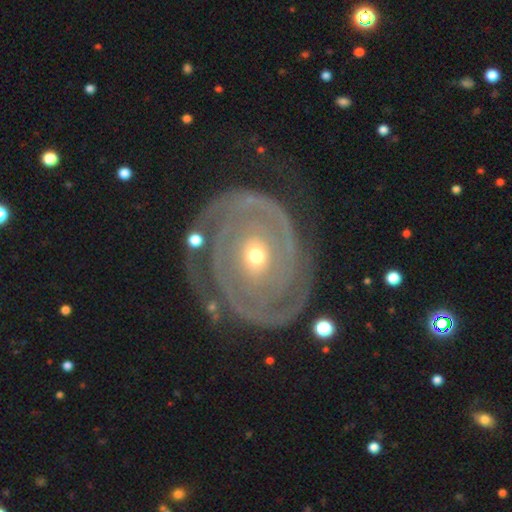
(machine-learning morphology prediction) smooth-or-featured: featured or disk: 86% | smooth: 9% | star or artifact: 5%
  disk-edge-on: no: 97% | yes: 3%
    bar: no: 82% | weak: 12% | strong: 6%
    has-spiral-arms: yes: 82% | no: 18%
      spiral-winding: tight: 69% | medium: 22% | loose: 10%
      spiral-arm-count: 2: 54% | can't tell: 19% | 3: 8% | 1: 8% | 4: 5% | more than 4: 5%
    bulge-size: small: 57% | moderate: 38% | large: 3% | dominant: 1% | none: 1%
  merging: none: 60% | minor disturbance: 18% | major disturbance: 18% | merger: 5%